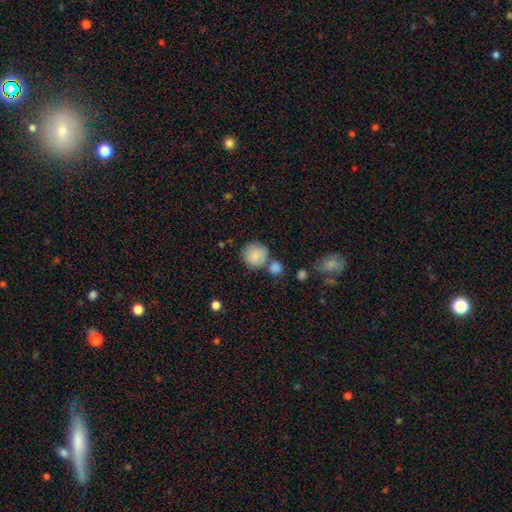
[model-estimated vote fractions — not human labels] This appears to be a smooth galaxy with no disk features (85%) that is round (91%). Merging: none (63%).